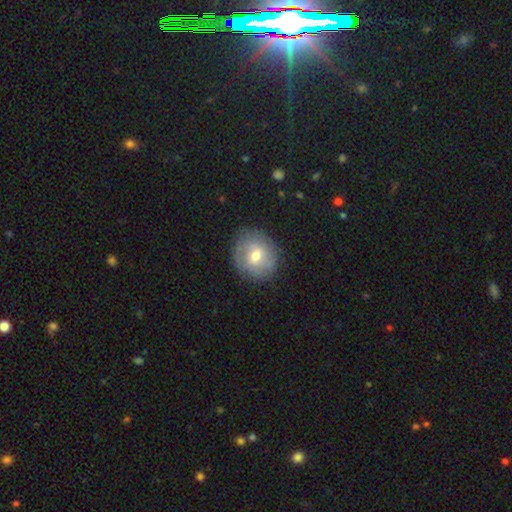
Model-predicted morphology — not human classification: Q: Smooth or featured?
A: smooth (55%); runner-up: featured or disk (37%)
Q: How rounded?
A: round (78%); runner-up: in between (21%)
Q: Merging?
A: none (82%); runner-up: minor disturbance (13%)